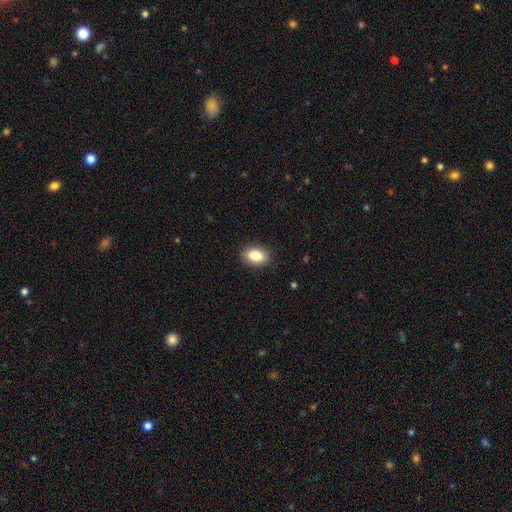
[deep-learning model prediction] Morphology: type=smooth (87%); roundness=in between (86%); merging=none (88%).